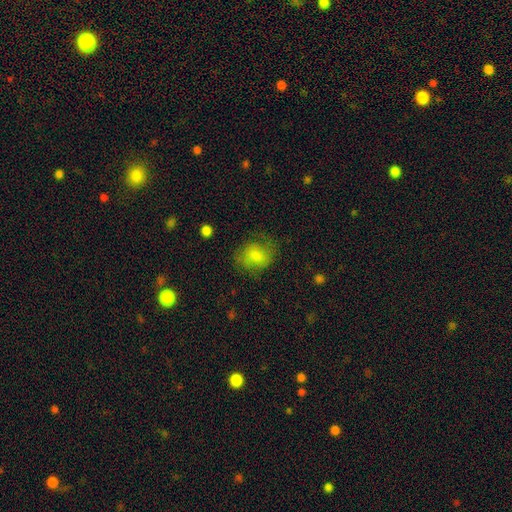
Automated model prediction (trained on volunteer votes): The model was most divided on "how rounded": round: 57%, in between: 42%, cigar-shaped: 1%. More confident: smooth or featured — smooth (71%); merging — none (63%).